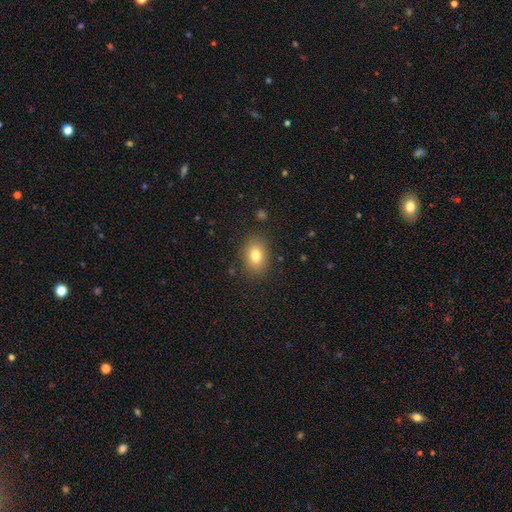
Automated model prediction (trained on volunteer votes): Smooth or featured?
  - smooth: 80% *
  - featured or disk: 10%
  - star or artifact: 10%
How rounded?
  - in between: 71% *
  - round: 28%
  - cigar-shaped: 1%
Merging?
  - none: 85% *
  - minor disturbance: 10%
  - major disturbance: 3%
  - merger: 1%